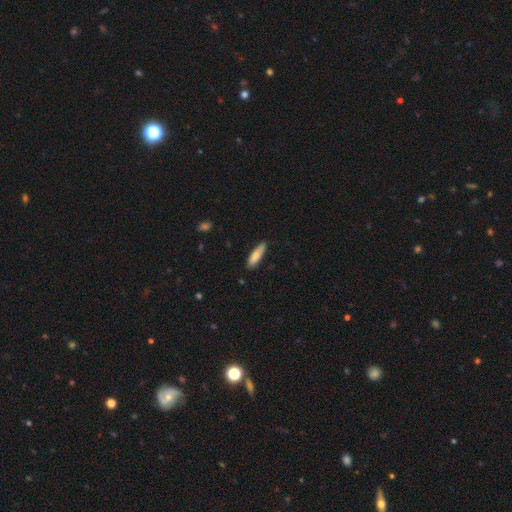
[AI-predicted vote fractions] A smooth galaxy with no disk features (80%) that is cigar-shaped (63%). Merging: none (83%).